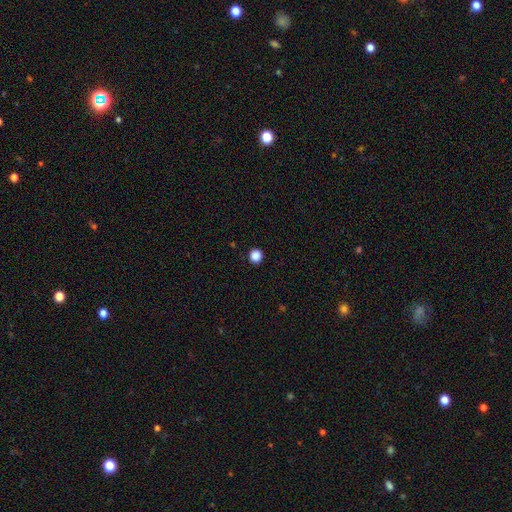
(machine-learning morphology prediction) smooth 87%, star or artifact 11%, featured or disk 2%. Down the decision tree: how rounded — round (92%); merging — none (92%).